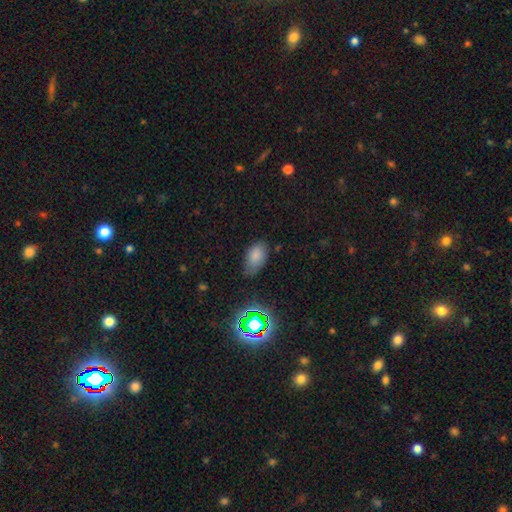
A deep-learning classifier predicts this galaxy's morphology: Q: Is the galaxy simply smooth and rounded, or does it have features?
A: smooth — 77%.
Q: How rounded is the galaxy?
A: in between — 92%.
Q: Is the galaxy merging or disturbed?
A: none — 63%.